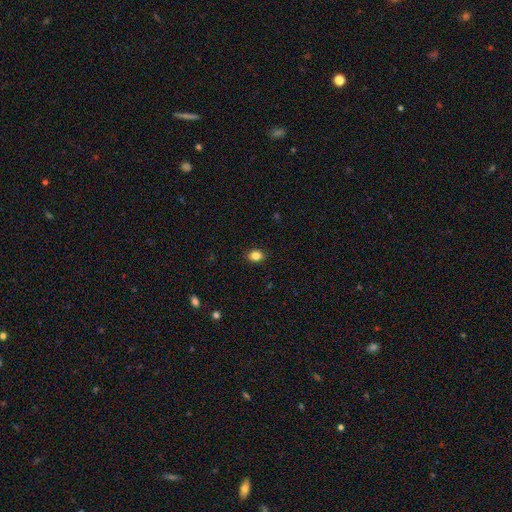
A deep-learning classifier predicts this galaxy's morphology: Q: Smooth or featured?
A: smooth (85%); runner-up: star or artifact (10%)
Q: How rounded?
A: in between (58%); runner-up: round (41%)
Q: Merging?
A: none (90%); runner-up: minor disturbance (7%)